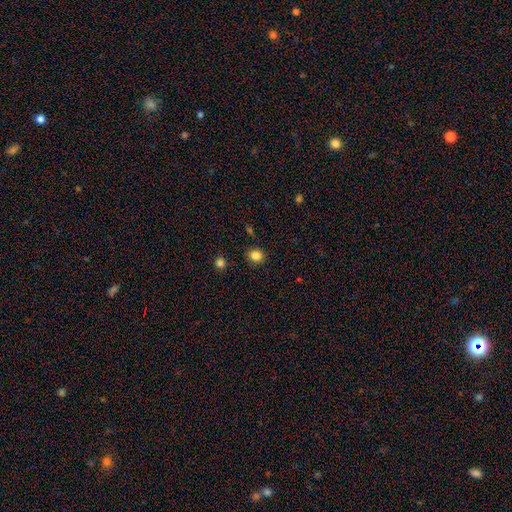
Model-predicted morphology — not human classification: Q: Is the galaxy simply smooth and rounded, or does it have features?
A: smooth — 84%.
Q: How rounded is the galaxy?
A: round — 77%.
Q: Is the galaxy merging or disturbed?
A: none — 88%.